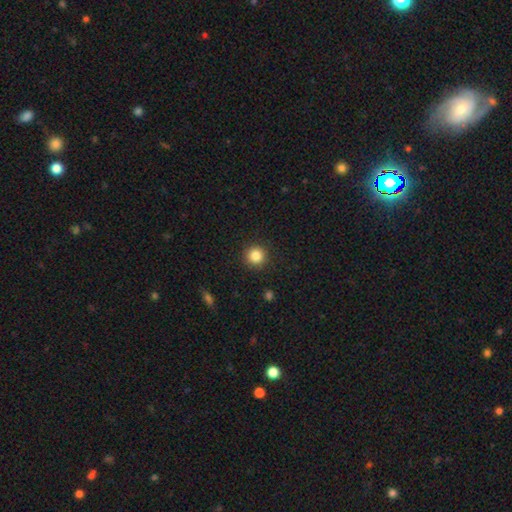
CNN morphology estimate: smooth_or_featured: smooth (p=0.84) [alt: star or artifact p=0.11]
how_rounded: round (p=0.95) [alt: in between p=0.04]
merging: none (p=0.91) [alt: minor disturbance p=0.06]